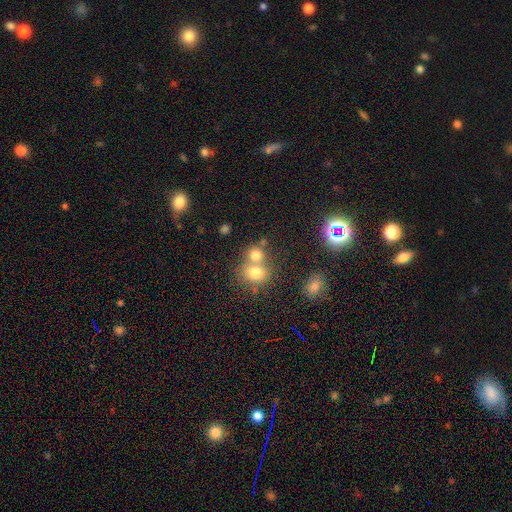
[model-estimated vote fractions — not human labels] This is likely a smooth galaxy (74%). How rounded: likely round (77%). Merging: possibly merger (49%).